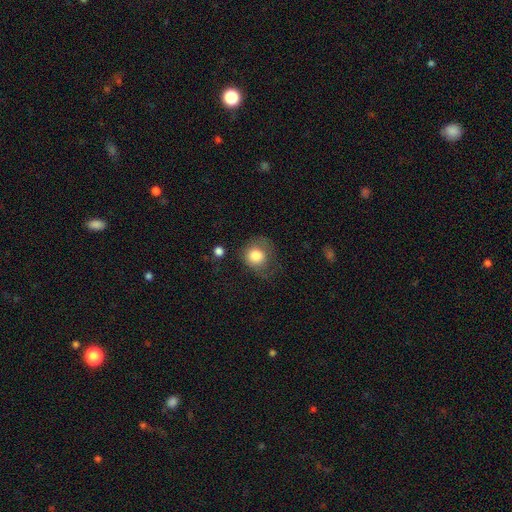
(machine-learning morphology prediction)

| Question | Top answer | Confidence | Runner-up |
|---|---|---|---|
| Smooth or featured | smooth | 80% | featured or disk (12%) |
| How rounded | round | 79% | in between (20%) |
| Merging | none | 44% | minor disturbance (29%) |